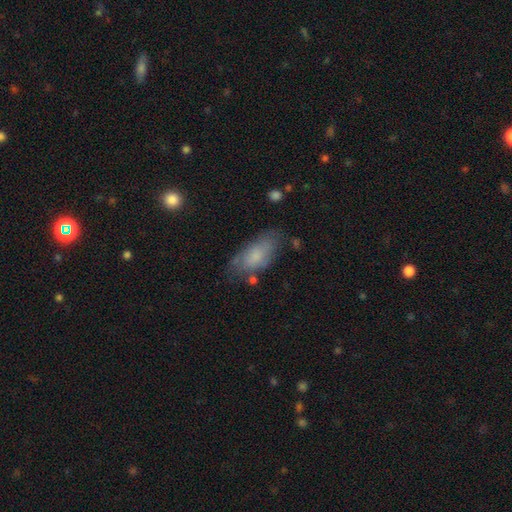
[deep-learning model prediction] Overall: smooth (71%). How rounded: in between (88%). Merging: none (60%; minor disturbance 26%).